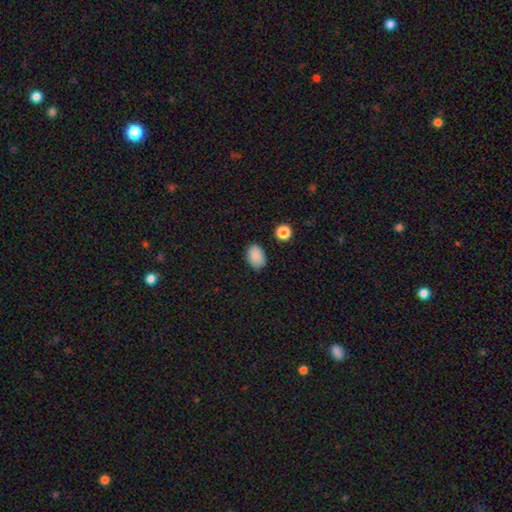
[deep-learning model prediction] A smooth galaxy with no disk features (87%) that is in between round and cigar-shaped (81%). Merging: none (83%).